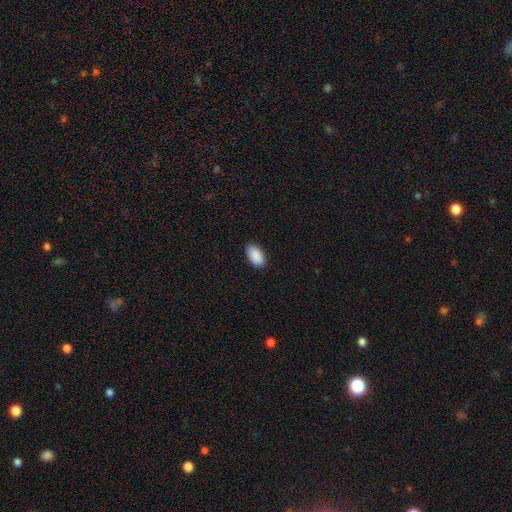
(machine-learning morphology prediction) smooth-or-featured: smooth: 91% | star or artifact: 6% | featured or disk: 3%
  how-rounded: in between: 95% | round: 3% | cigar-shaped: 2%
  merging: none: 88% | minor disturbance: 9% | major disturbance: 2% | merger: 1%